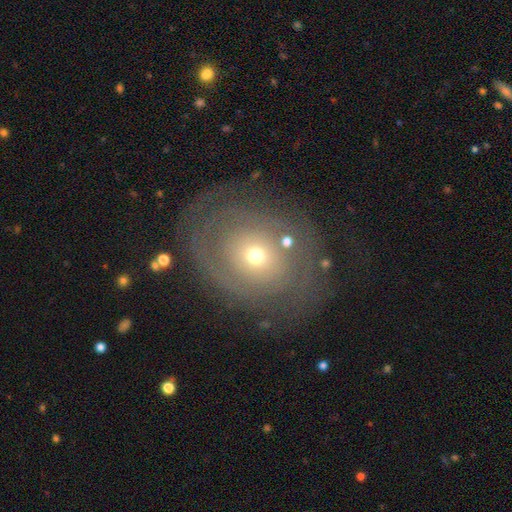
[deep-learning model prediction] Smooth or featured: featured or disk — 65% (smooth — 24%)
Edge-on disk: no — 96% (yes — 4%)
Bar: no — 83% (weak — 13%)
Spiral arms: yes — 76% (no — 24%)
Bulge size: small — 54% (moderate — 39%)
Merging: none — 68% (minor disturbance — 16%)